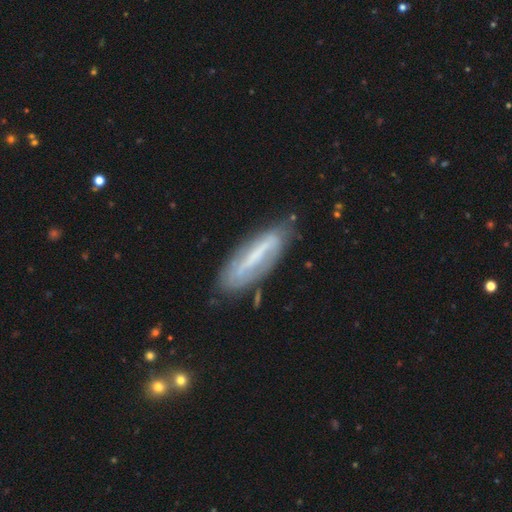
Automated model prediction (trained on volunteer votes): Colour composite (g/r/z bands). It shows a featured or disk galaxy (60%). Merging: none (71%).